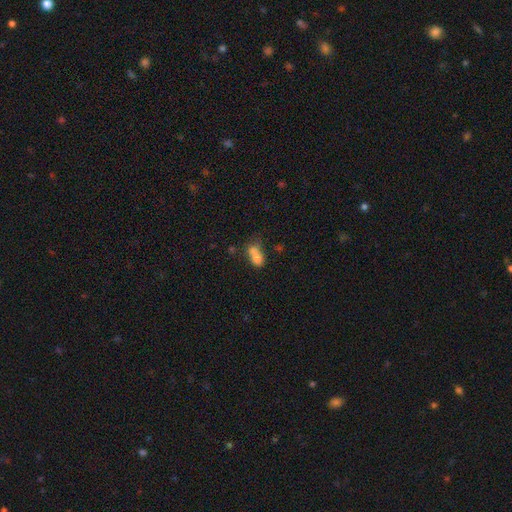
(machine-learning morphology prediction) A smooth galaxy with no disk features (72%) that is in between round and cigar-shaped (75%).

Vote fractions:
- Smooth or featured? smooth: 72% / featured or disk: 17% / star or artifact: 11%
- How rounded? in between: 75% / round: 19% / cigar-shaped: 6%
- Merging? merger: 55% / none: 24% / minor disturbance: 13% / major disturbance: 9%